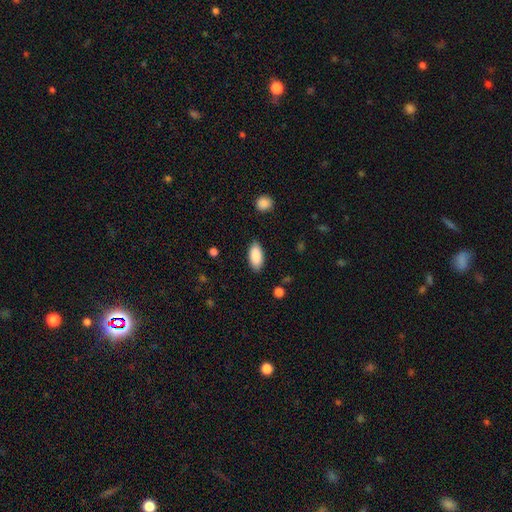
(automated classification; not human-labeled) Smooth or featured? smooth (89%)
How rounded? in between (90%)
Merging? none (86%)